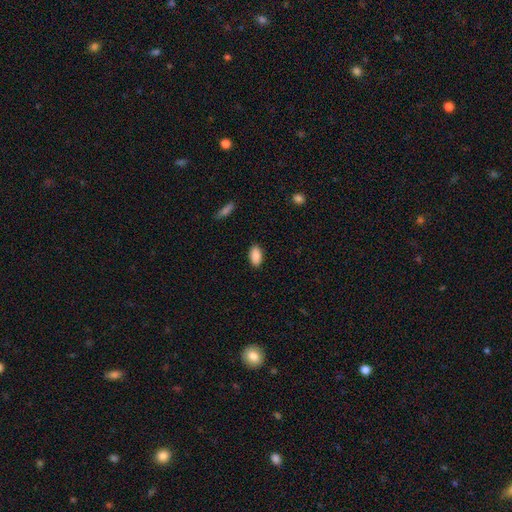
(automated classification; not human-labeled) smooth-or-featured: smooth: 89% | star or artifact: 7% | featured or disk: 3%
  how-rounded: in between: 93% | round: 4% | cigar-shaped: 3%
  merging: none: 88% | minor disturbance: 9% | major disturbance: 2% | merger: 1%